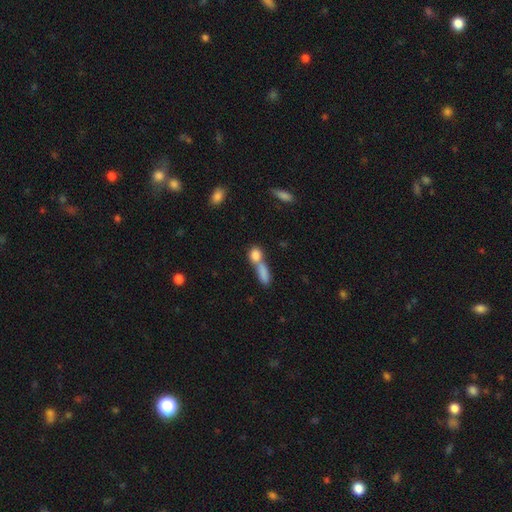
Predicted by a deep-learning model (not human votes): A smooth galaxy with no disk features (82%) that is in between round and cigar-shaped (44%).

Vote fractions:
- Smooth or featured? smooth: 82% / featured or disk: 9% / star or artifact: 9%
- How rounded? in between: 44% / round: 41% / cigar-shaped: 15%
- Merging? merger: 60% / none: 29% / minor disturbance: 7% / major disturbance: 4%